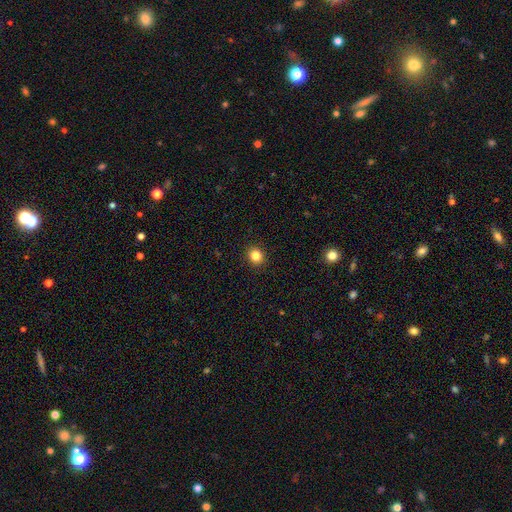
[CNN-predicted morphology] Smooth or featured? Predicted: smooth (p=0.84). How rounded? Predicted: round (p=0.81). Merging? Predicted: none (p=0.92).